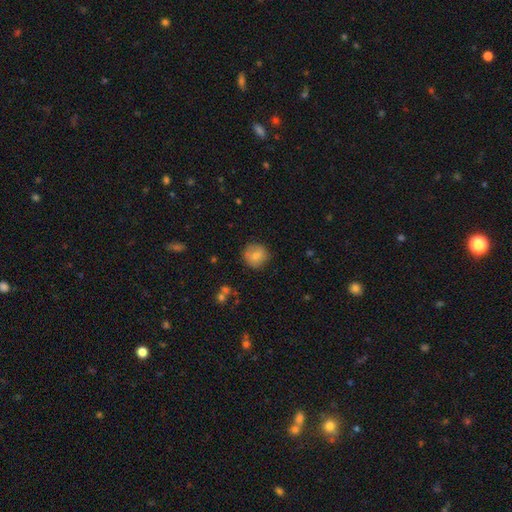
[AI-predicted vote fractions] Overall: smooth (80%). How rounded: round (89%). Merging: none (79%).